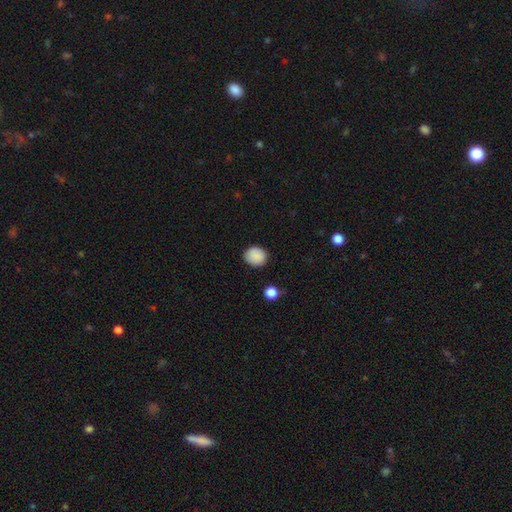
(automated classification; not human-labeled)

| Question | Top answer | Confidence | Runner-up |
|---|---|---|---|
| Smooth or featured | smooth | 88% | star or artifact (8%) |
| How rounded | round | 78% | in between (21%) |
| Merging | none | 86% | minor disturbance (10%) |